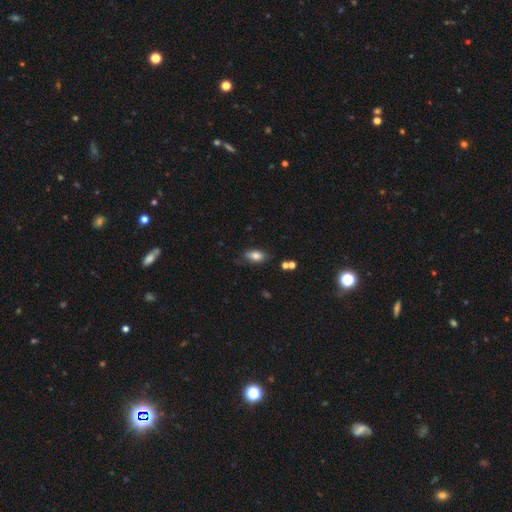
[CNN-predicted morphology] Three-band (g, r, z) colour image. It shows a smooth galaxy with no disk features (79%) that is in between round and cigar-shaped (86%). Merging: none (73%).